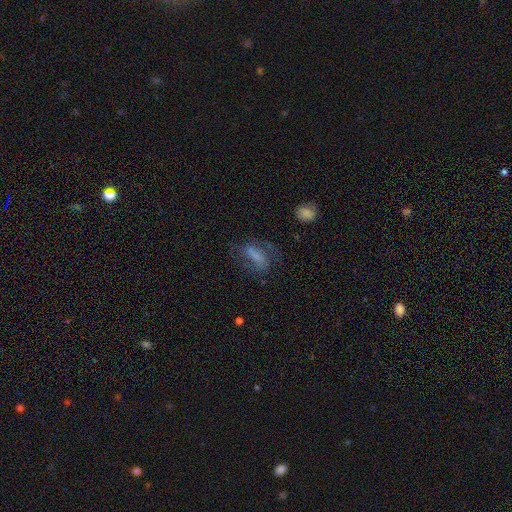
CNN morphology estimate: smooth 46%, featured or disk 41%, star or artifact 12%. Down the decision tree: merging — none (54%).